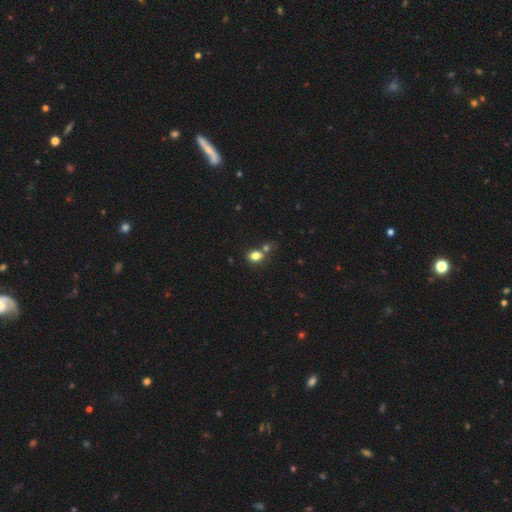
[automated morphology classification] smooth-or-featured: smooth: 80% | star or artifact: 12% | featured or disk: 7%
  how-rounded: in between: 61% | round: 38% | cigar-shaped: 1%
  merging: none: 52% | merger: 30% | minor disturbance: 13% | major disturbance: 5%